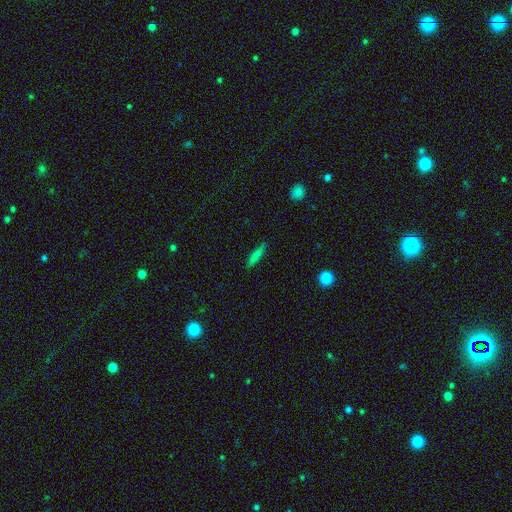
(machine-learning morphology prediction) This appears to be a smooth galaxy with no disk features (77%) that is cigar-shaped (83%). Merging: none (86%).